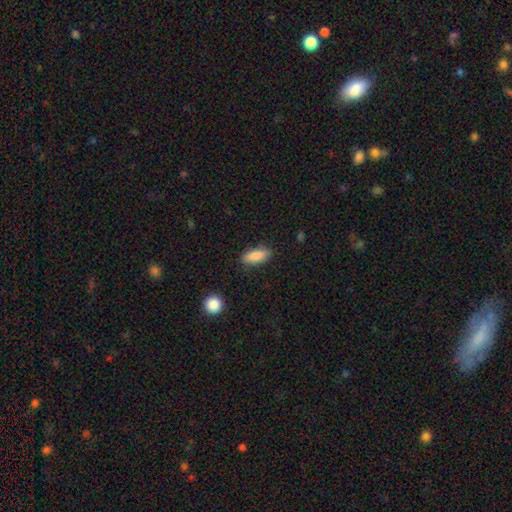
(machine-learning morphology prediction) A smooth galaxy with no disk features (86%) that is in between round and cigar-shaped (80%).

Vote fractions:
- Smooth or featured? smooth: 86% / star or artifact: 7% / featured or disk: 7%
- How rounded? in between: 80% / cigar-shaped: 18% / round: 3%
- Merging? none: 84% / minor disturbance: 12% / major disturbance: 3% / merger: 2%